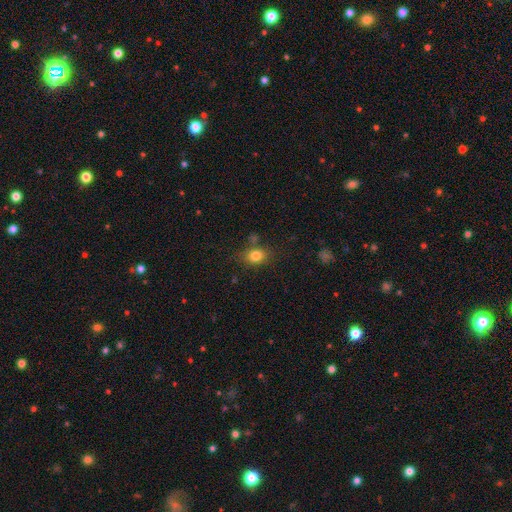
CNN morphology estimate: smooth 81%, star or artifact 11%, featured or disk 8%. Down the decision tree: how rounded — in between (53%); merging — none (72%).